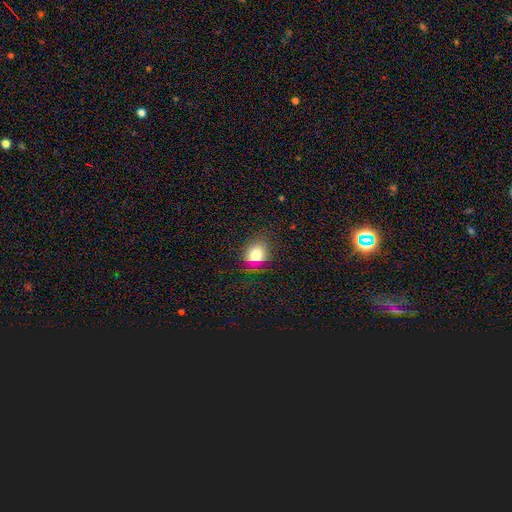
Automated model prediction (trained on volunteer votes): Smooth or featured: smooth — 77% (star or artifact — 14%)
How rounded: round — 56% (in between — 43%)
Merging: none — 77% (minor disturbance — 16%)